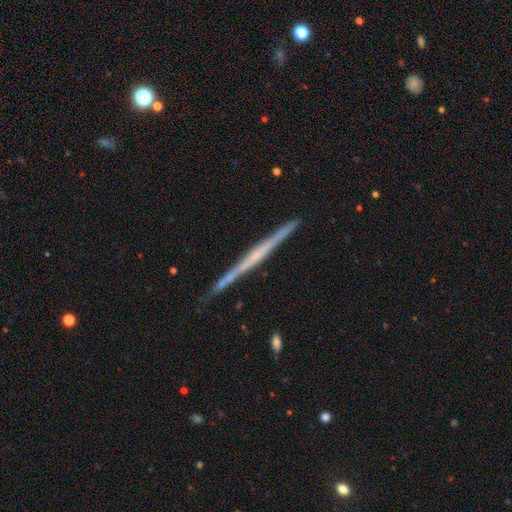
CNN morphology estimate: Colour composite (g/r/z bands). It shows a featured or disk galaxy (71%) viewed edge-on (98%) with no central bulge (77%). Merging: none (89%).